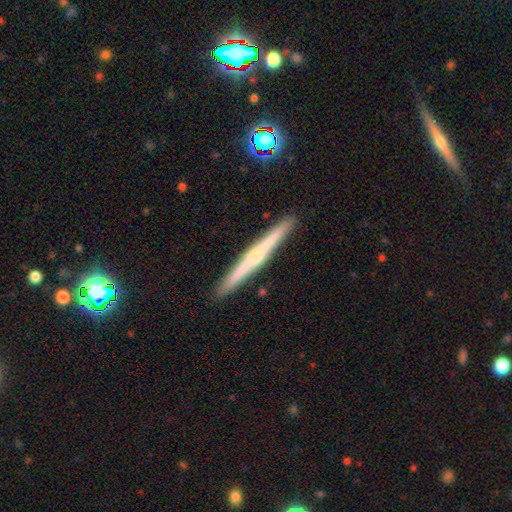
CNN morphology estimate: The model was most divided on "edge-on bulge": rounded: 62%, none: 31%, boxy: 7%. More confident: edge-on disk — yes (98%); merging — none (92%); smooth or featured — featured or disk (66%).